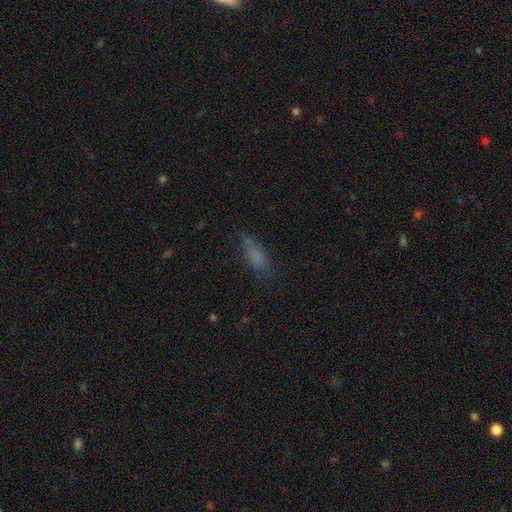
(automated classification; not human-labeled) Overall: smooth (69%). How rounded: in between (63%; cigar-shaped 34%). Merging: none (62%; minor disturbance 23%).